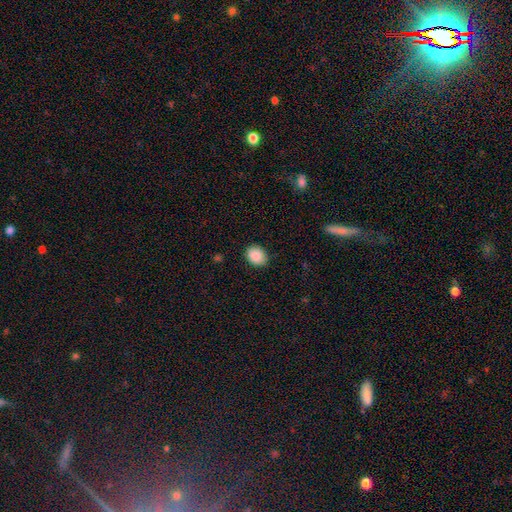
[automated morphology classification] The model was most divided on "how rounded": in between: 50%, round: 49%, cigar-shaped: 1%. More confident: smooth or featured — smooth (89%); merging — none (87%).